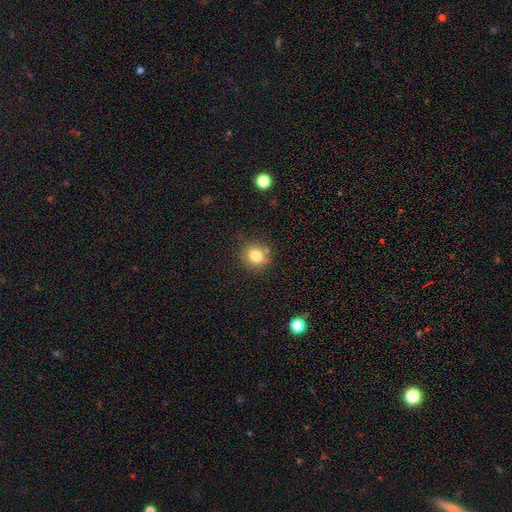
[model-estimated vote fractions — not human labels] smooth 81%, star or artifact 11%, featured or disk 8%. Down the decision tree: how rounded — round (81%); merging — none (78%).